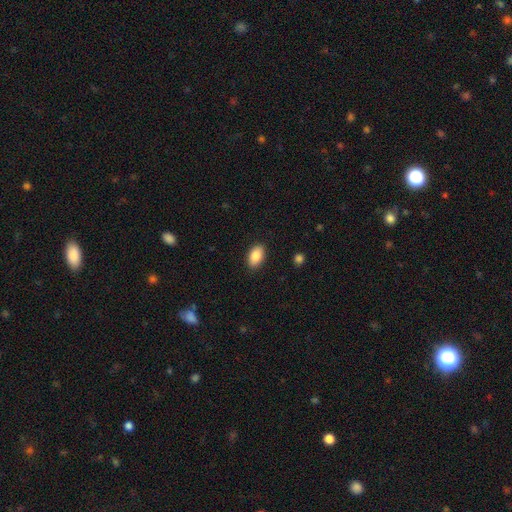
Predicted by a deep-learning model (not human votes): This appears to be a smooth galaxy with no disk features (88%) that is in between round and cigar-shaped (92%). Merging: none (88%).